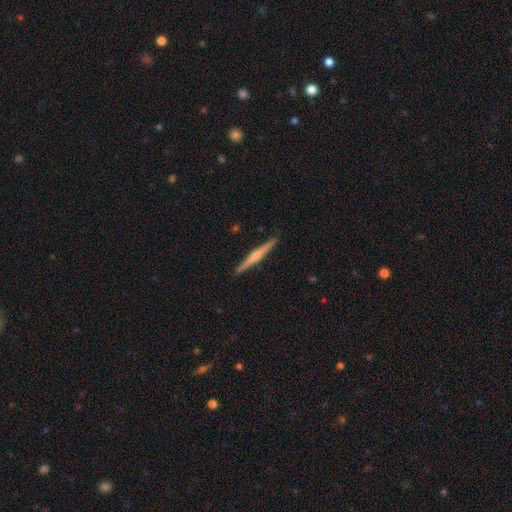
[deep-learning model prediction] A featured or disk galaxy (68%) viewed edge-on (98%) with a rounded central bulge (75%).

Vote fractions:
- Smooth or featured? featured or disk: 68% / smooth: 27% / star or artifact: 5%
- Edge-on disk? yes: 98% / no: 2%
- Edge-on bulge? rounded: 75% / none: 15% / boxy: 10%
- Merging? none: 92% / minor disturbance: 6% / major disturbance: 1% / merger: 1%